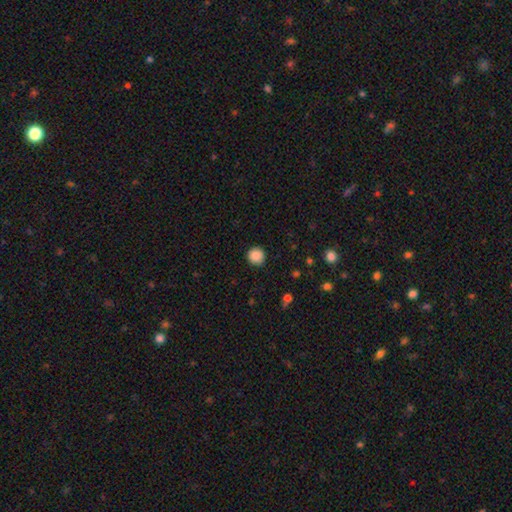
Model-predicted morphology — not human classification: Overall: smooth (88%). How rounded: round (94%). Merging: none (91%).